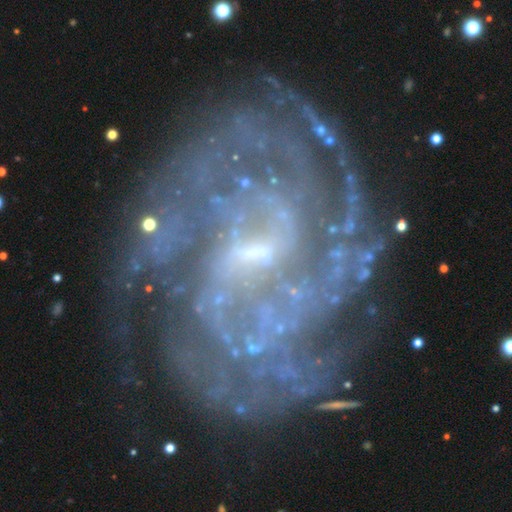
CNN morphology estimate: Smooth or featured? featured or disk (89%)
Edge-on disk? no (98%)
Bar? weak (53%)
Spiral arms? yes (96%)
Spiral winding? tight (61%)
Spiral arm count? can't tell (33%)
Bulge size? small (70%)
Merging? none (72%)